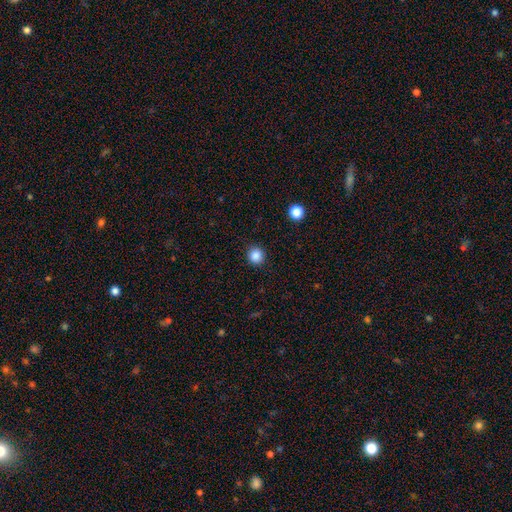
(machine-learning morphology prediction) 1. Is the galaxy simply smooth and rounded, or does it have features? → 86% smooth, 11% star or artifact, 3% featured or disk.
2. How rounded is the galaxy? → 92% round, 7% in between, 1% cigar-shaped.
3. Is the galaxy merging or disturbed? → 91% none, 6% minor disturbance, 2% major disturbance, 1% merger.